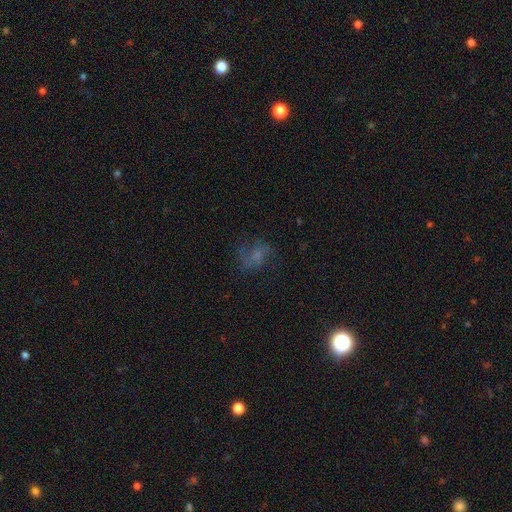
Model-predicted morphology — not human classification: Smooth or featured: smooth — 41% (featured or disk — 38%)
Merging: none — 55% (major disturbance — 22%)